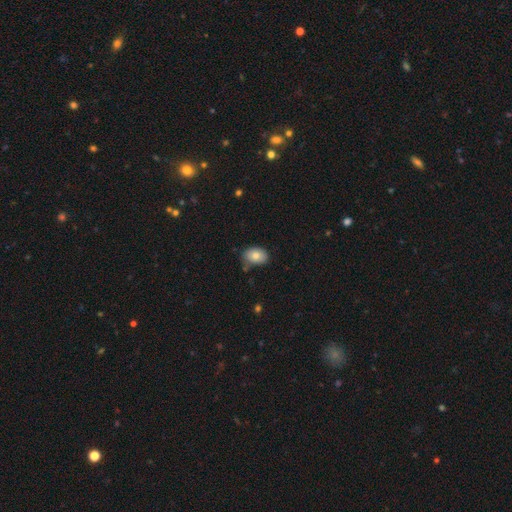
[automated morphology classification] type=smooth (79%); roundness=in between (78%); merging=none (68%).